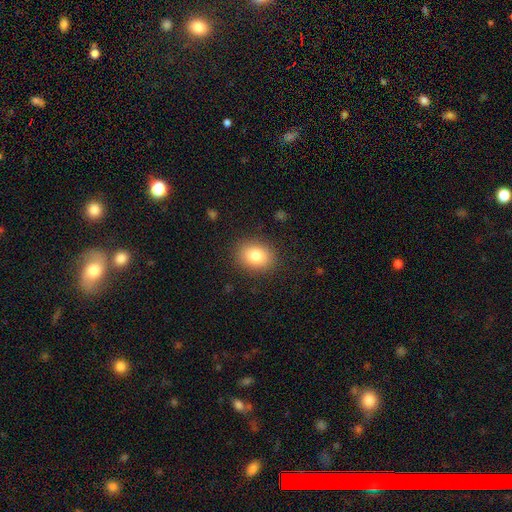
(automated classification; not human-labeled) Smooth or featured? Predicted: smooth (p=0.83). How rounded? Predicted: in between (p=0.57). Merging? Predicted: none (p=0.87).